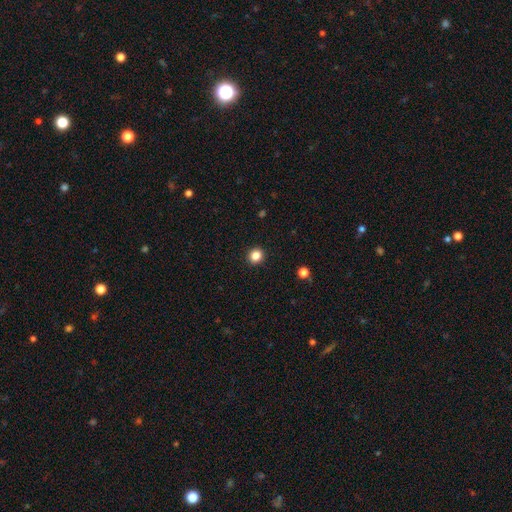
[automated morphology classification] Q: Smooth or featured?
A: smooth (84%); runner-up: star or artifact (12%)
Q: How rounded?
A: round (88%); runner-up: in between (11%)
Q: Merging?
A: none (93%); runner-up: minor disturbance (5%)